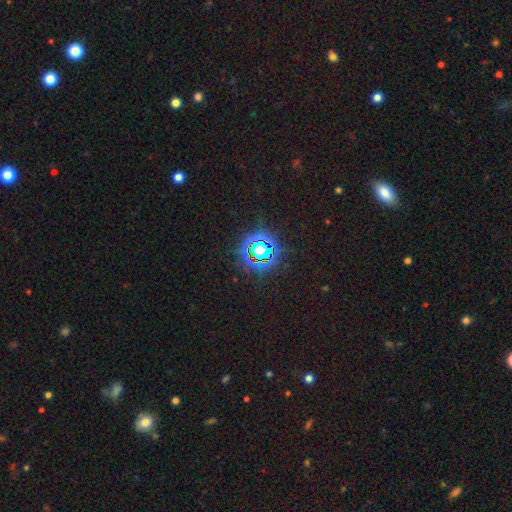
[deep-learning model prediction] Smooth or featured? star or artifact (71%)